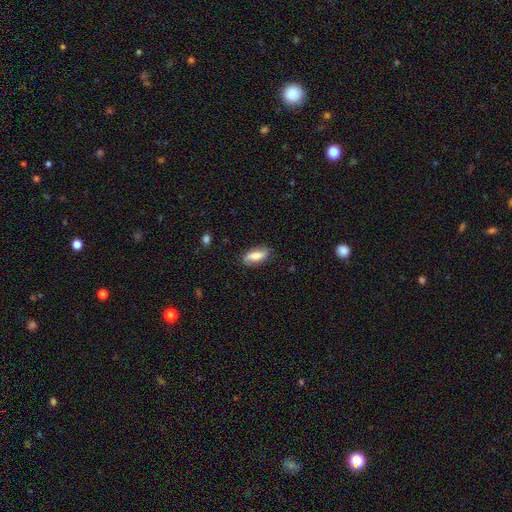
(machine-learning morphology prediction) A smooth galaxy with no disk features (68%) that is in between round and cigar-shaped (81%). Merging: none (77%).